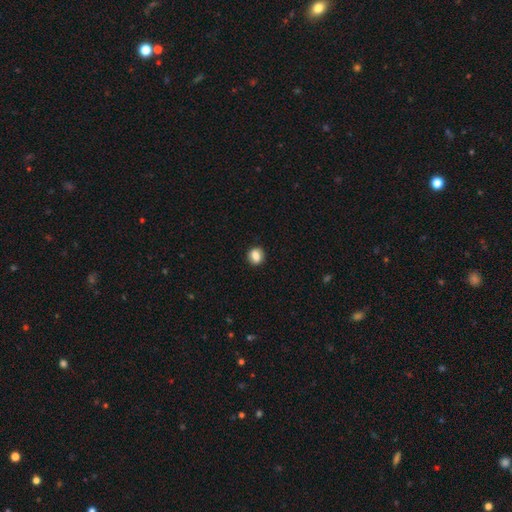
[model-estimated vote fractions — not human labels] This is clearly a smooth galaxy (82%). How rounded: likely round (67%). Merging: clearly none (88%).